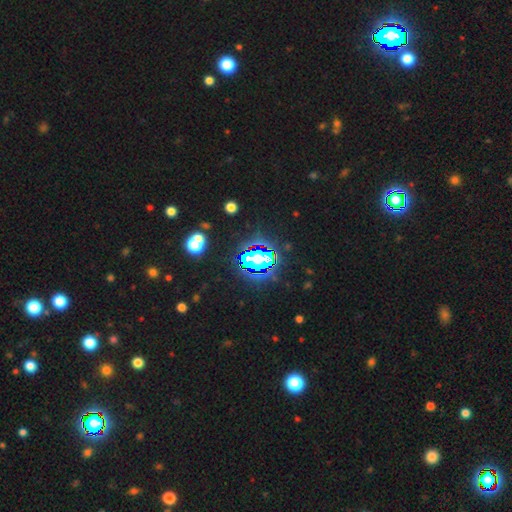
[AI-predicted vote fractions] The model was most divided on "smooth or featured": star or artifact: 73%, smooth: 16%, featured or disk: 10%.